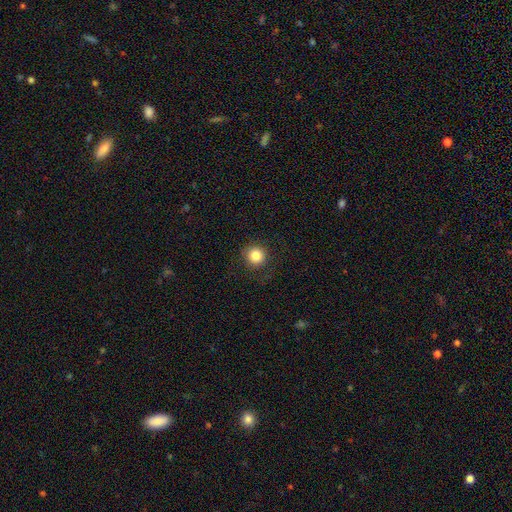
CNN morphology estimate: This is clearly a smooth galaxy (84%). How rounded: clearly round (95%). Merging: clearly none (88%).